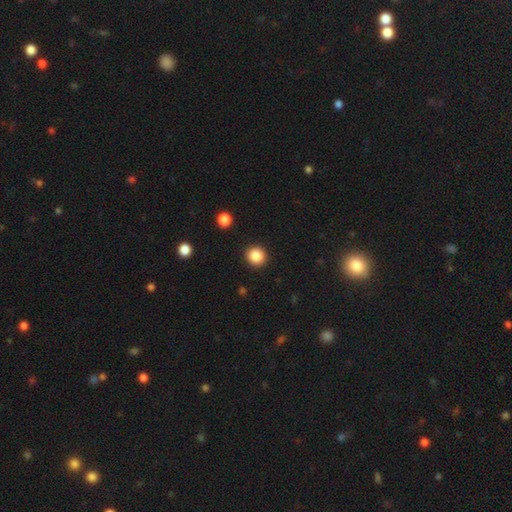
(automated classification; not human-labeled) Smooth or featured?
  - smooth: 87% *
  - star or artifact: 10%
  - featured or disk: 3%
How rounded?
  - round: 93% *
  - in between: 6%
  - cigar-shaped: 1%
Merging?
  - none: 92% *
  - minor disturbance: 5%
  - major disturbance: 2%
  - merger: 1%